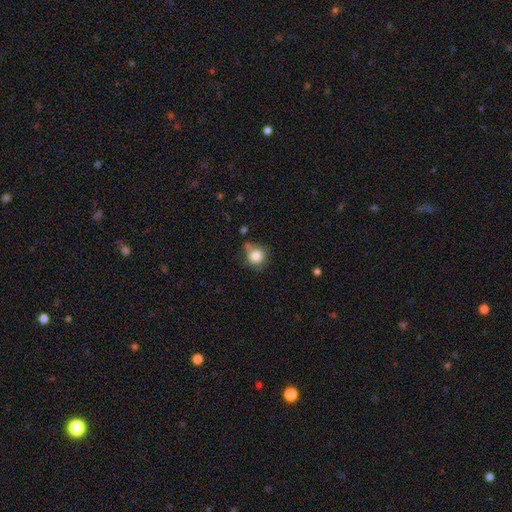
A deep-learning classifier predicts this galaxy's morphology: Smooth or featured? smooth (82%)
How rounded? round (86%)
Merging? none (56%)